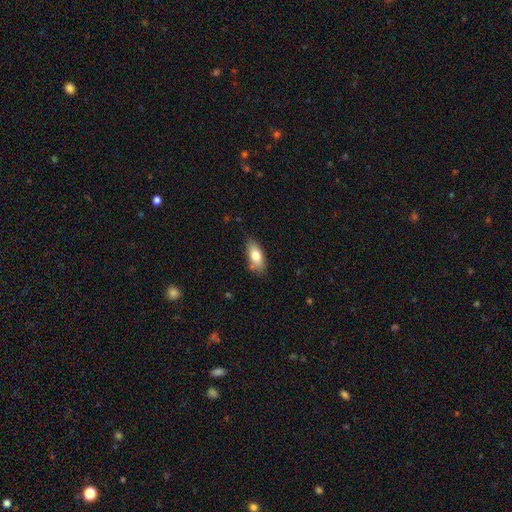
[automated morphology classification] smooth-or-featured: smooth: 76% | featured or disk: 17% | star or artifact: 7%
  how-rounded: in between: 84% | cigar-shaped: 13% | round: 4%
  merging: none: 72% | minor disturbance: 20% | merger: 4% | major disturbance: 4%